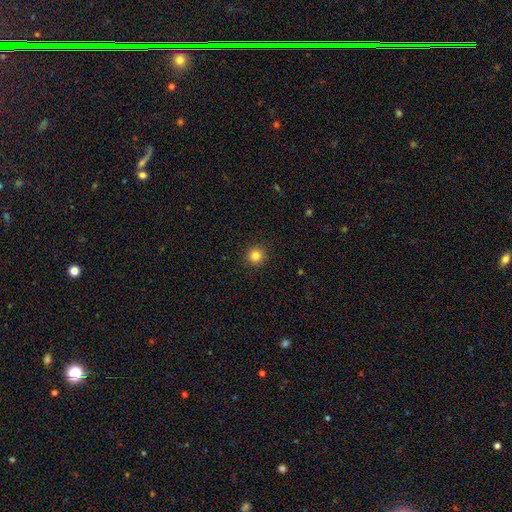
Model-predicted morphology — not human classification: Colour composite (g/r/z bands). It shows a smooth galaxy with no disk features (83%) that is round (95%). Merging: none (93%).